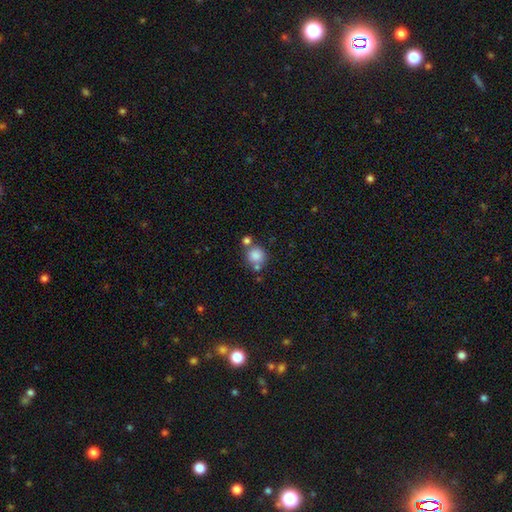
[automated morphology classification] Smooth or featured? smooth (83%)
How rounded? round (89%)
Merging? none (61%)